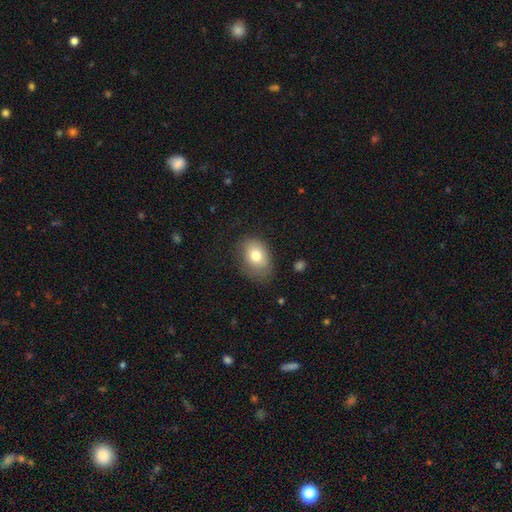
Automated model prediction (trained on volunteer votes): This appears to be a smooth galaxy with no disk features (77%) that is in between round and cigar-shaped (76%). Merging: none (67%).